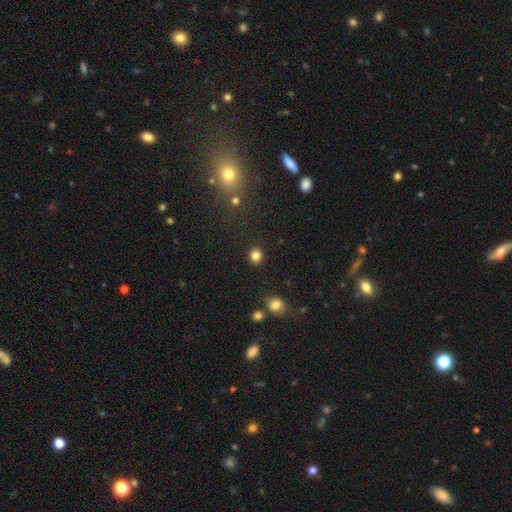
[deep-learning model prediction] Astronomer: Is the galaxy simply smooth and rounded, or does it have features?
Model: smooth — 84%.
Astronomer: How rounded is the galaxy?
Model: round — 82%.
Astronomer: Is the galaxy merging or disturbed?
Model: none — 90%.